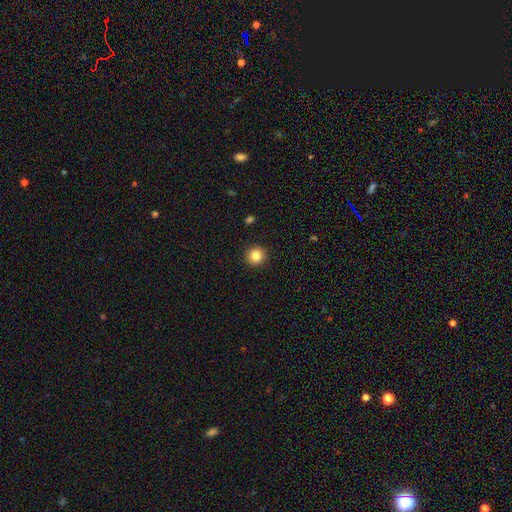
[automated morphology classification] This is clearly a smooth galaxy (84%). How rounded: clearly round (95%). Merging: clearly none (93%).